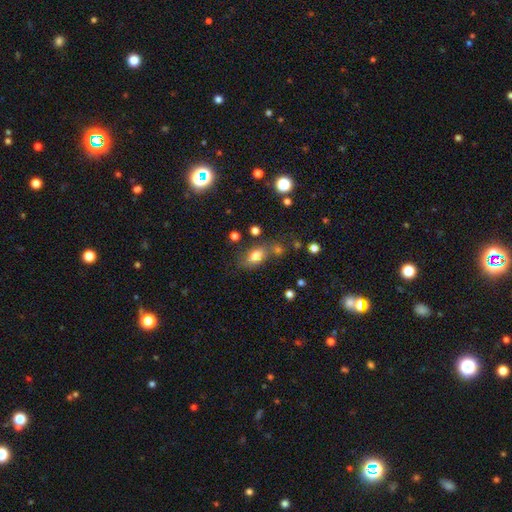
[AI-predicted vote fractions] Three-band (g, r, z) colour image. It shows a smooth galaxy with no disk features (78%) that is in between round and cigar-shaped (80%). Merging: none (62%).